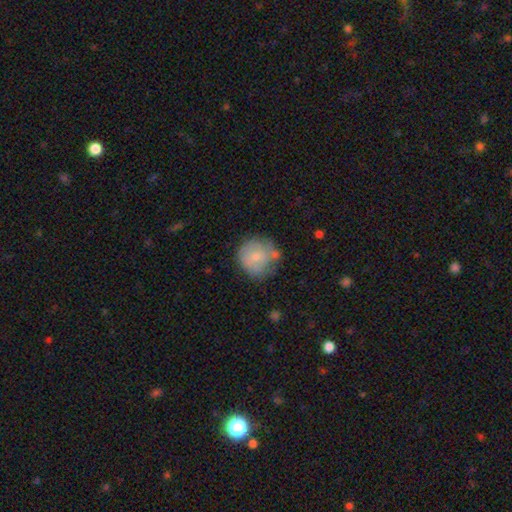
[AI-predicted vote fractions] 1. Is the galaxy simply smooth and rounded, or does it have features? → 71% smooth, 22% featured or disk, 7% star or artifact.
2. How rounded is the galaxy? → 91% round, 8% in between, 1% cigar-shaped.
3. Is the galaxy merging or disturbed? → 59% none, 24% minor disturbance, 9% merger, 8% major disturbance.